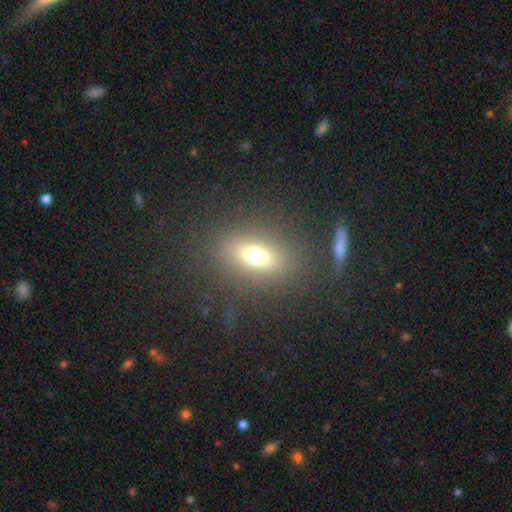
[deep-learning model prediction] Overall: smooth (65%). How rounded: in between (69%). Merging: none (80%).